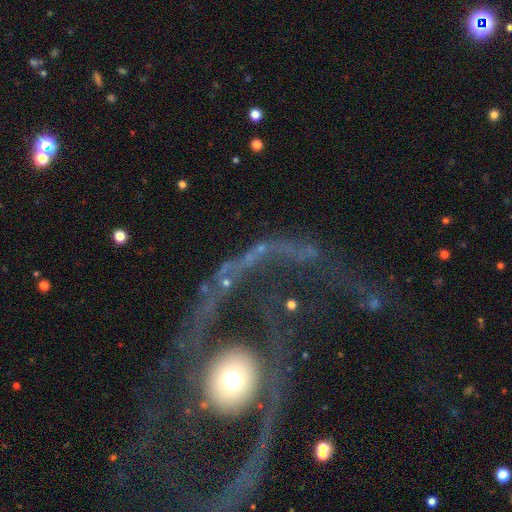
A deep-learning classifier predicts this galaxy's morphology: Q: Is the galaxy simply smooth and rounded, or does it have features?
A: featured or disk — 81%.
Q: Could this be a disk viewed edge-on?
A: no — 94%.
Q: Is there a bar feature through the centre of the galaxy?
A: no — 65%.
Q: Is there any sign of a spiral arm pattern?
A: yes — 79%.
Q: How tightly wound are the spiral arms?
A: loose — 57%.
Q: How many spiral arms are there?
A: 2 — 85%.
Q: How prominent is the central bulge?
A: moderate — 44%.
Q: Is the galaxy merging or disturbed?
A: none — 57%.